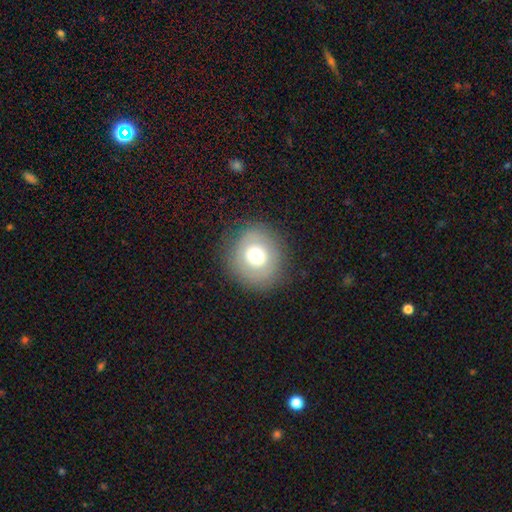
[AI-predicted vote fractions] Morphology: type=smooth (65%); roundness=round (87%); merging=none (84%).